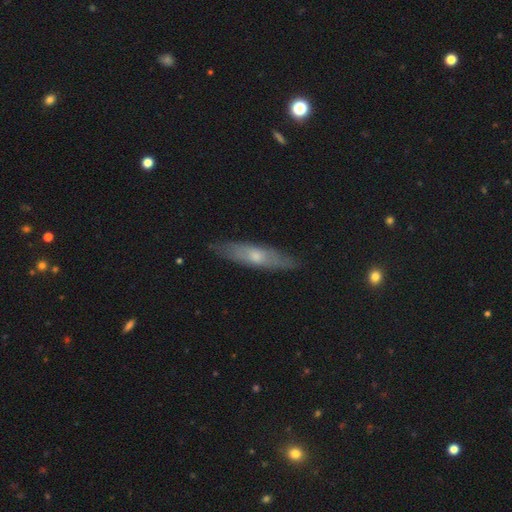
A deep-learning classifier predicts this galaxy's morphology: Q: Smooth or featured?
A: smooth (47%); runner-up: featured or disk (46%)
Q: Merging?
A: none (84%); runner-up: minor disturbance (13%)